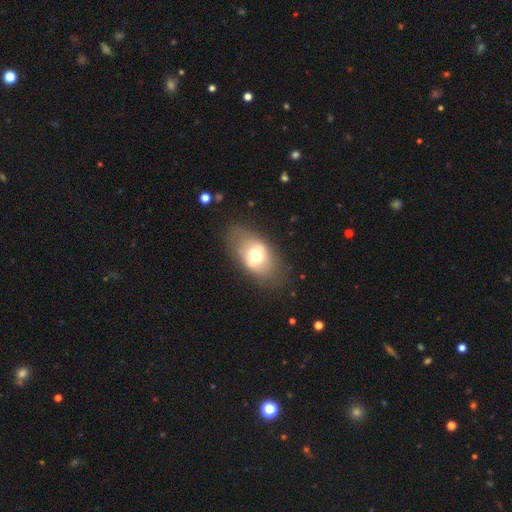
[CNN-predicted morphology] Smooth or featured? Predicted: smooth (p=0.57). How rounded? Predicted: in between (p=0.87). Merging? Predicted: none (p=0.73).